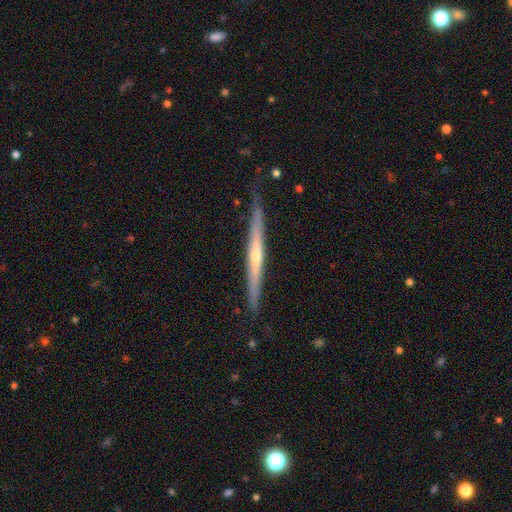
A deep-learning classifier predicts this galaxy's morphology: This is likely a featured or disk galaxy (74%). It is clearly viewed edge-on (97%). Edge-on bulge: likely rounded (66%). Merging: clearly none (85%).